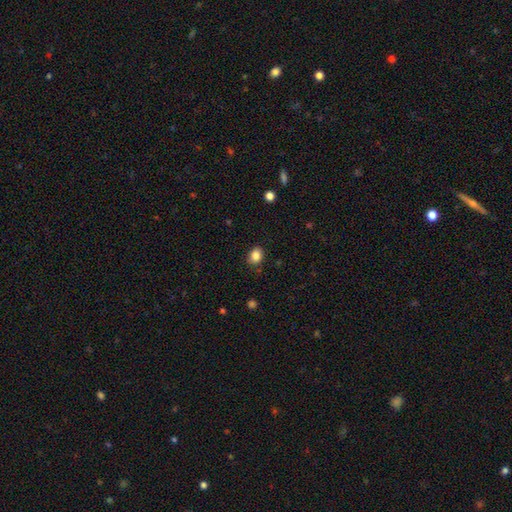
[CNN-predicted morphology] Smooth or featured? smooth (86%)
How rounded? in between (59%)
Merging? none (85%)